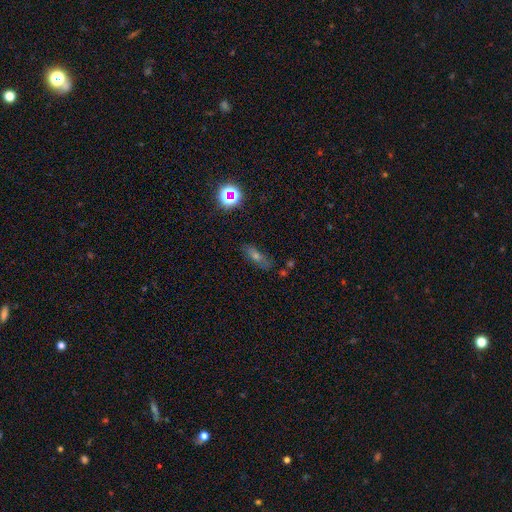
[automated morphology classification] smooth-or-featured: smooth: 46% | featured or disk: 27% | star or artifact: 26%
  merging: none: 77% | minor disturbance: 15% | merger: 4% | major disturbance: 4%